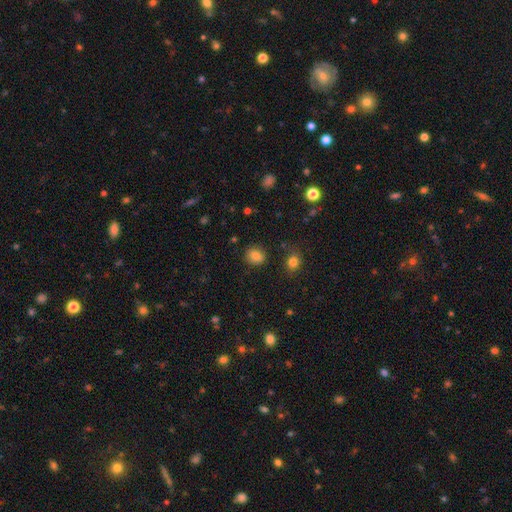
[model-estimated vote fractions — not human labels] smooth-or-featured: smooth: 83% | star or artifact: 11% | featured or disk: 6%
  how-rounded: round: 75% | in between: 24% | cigar-shaped: 1%
  merging: none: 86% | minor disturbance: 9% | major disturbance: 3% | merger: 2%